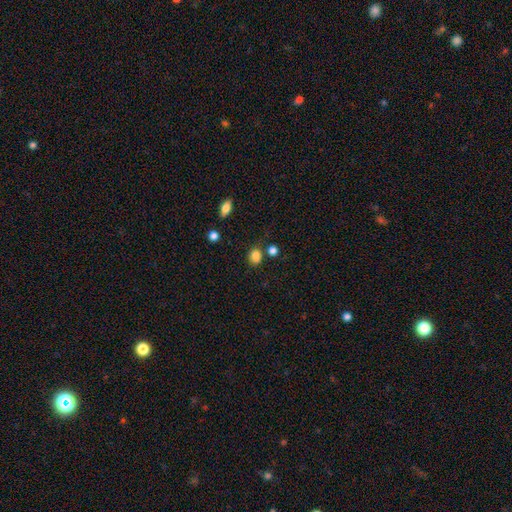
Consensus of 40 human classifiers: Smooth or featured? 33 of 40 (82%) said smooth. How rounded? 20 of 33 (61%) said in between. Merging? 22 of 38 (58%) said none.